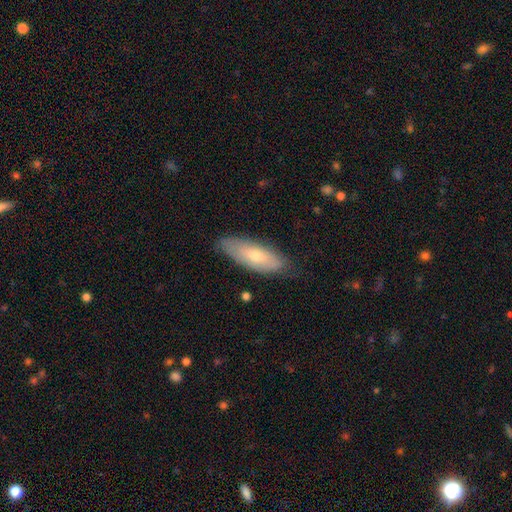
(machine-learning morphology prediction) A smooth galaxy with no disk features (61%) that is in between round and cigar-shaped (67%). Merging: none (77%).